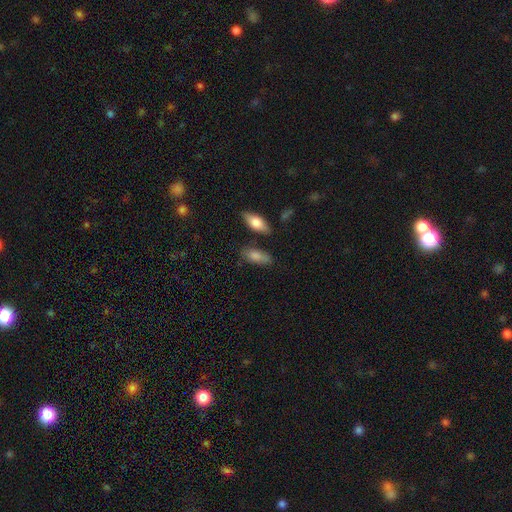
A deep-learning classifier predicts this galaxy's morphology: Smooth or featured?
  - smooth: 79% *
  - featured or disk: 14%
  - star or artifact: 7%
How rounded?
  - in between: 79% *
  - cigar-shaped: 18%
  - round: 3%
Merging?
  - none: 71% *
  - minor disturbance: 17%
  - merger: 7%
  - major disturbance: 4%